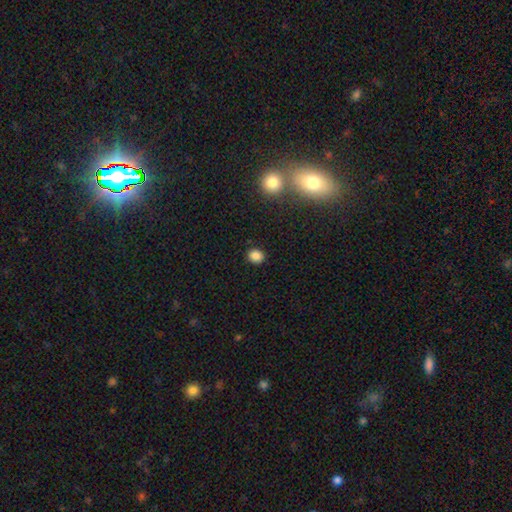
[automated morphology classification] Overall: smooth (84%). How rounded: round (73%). Merging: none (89%).